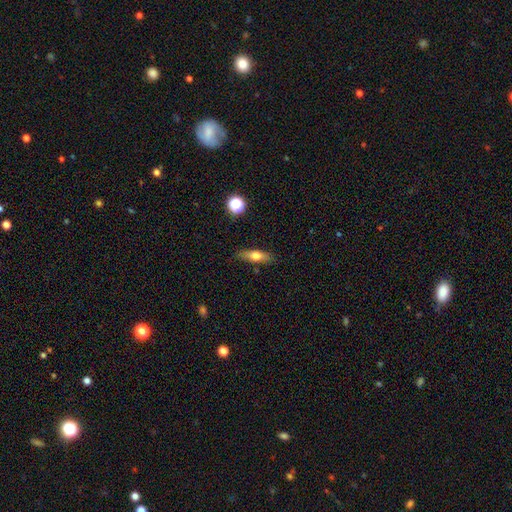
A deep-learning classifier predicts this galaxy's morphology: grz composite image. It shows a smooth galaxy with no disk features (62%) that is cigar-shaped (53%). Merging: none (83%).